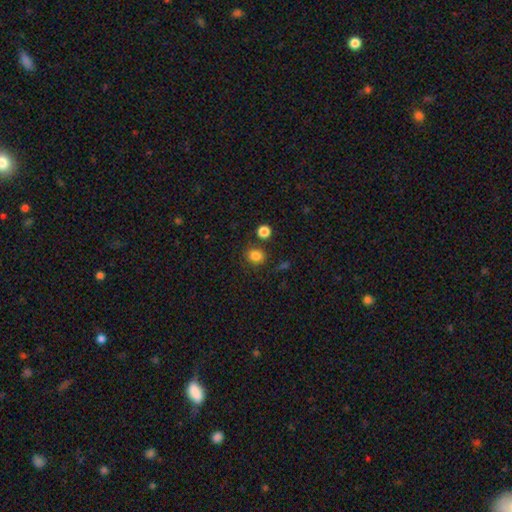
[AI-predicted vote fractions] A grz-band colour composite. It shows a smooth galaxy with no disk features (84%) that is round (73%). Merging: none (80%).